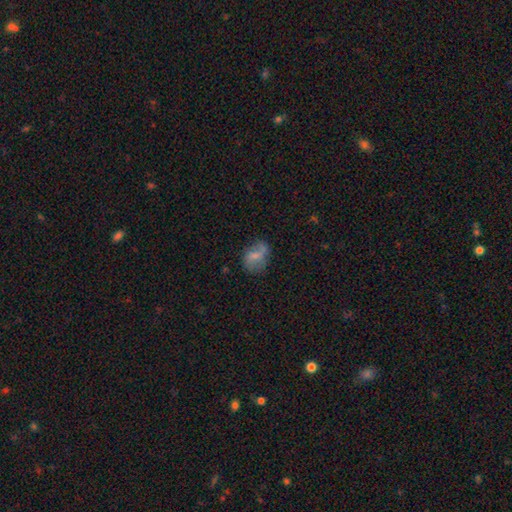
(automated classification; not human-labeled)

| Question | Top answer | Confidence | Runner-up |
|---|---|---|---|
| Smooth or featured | smooth | 47% | featured or disk (44%) |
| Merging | none | 57% | minor disturbance (26%) |